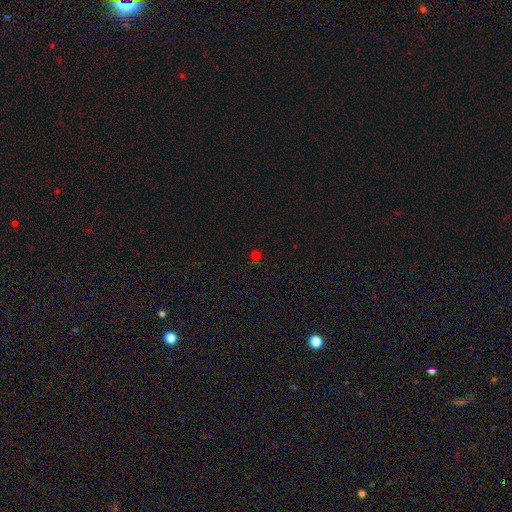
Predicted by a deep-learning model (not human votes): A smooth galaxy with no disk features (68%) that is round (92%).

Vote fractions:
- Smooth or featured? smooth: 68% / star or artifact: 28% / featured or disk: 4%
- How rounded? round: 92% / in between: 7% / cigar-shaped: 1%
- Merging? none: 88% / minor disturbance: 8% / major disturbance: 3% / merger: 2%